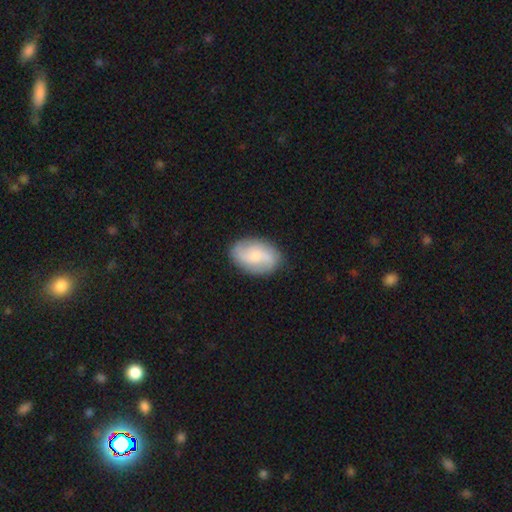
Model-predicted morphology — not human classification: A featured or disk galaxy (58%) with no bar (55%), 2 (68%) medium (43%) spiral arms (93%) and a small central bulge (47%).

Vote fractions:
- Smooth or featured? featured or disk: 58% / smooth: 35% / star or artifact: 7%
- Edge-on disk? no: 97% / yes: 3%
- Bar? no: 55% / weak: 38% / strong: 7%
- Spiral arms? yes: 93% / no: 7%
- Spiral winding? medium: 43% / loose: 37% / tight: 20%
- Spiral arm count? 2: 68% / 3: 12% / can't tell: 11% / 1: 3% / 4: 3% / more than 4: 2%
- Bulge size? small: 47% / moderate: 31% / none: 14% / large: 6% / dominant: 2%
- Merging? none: 84% / minor disturbance: 12% / major disturbance: 4% / merger: 1%